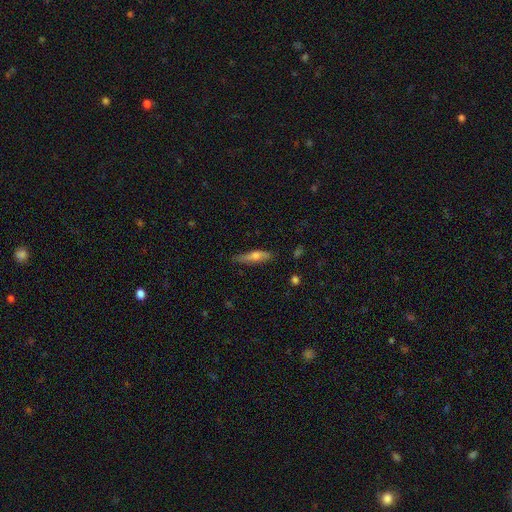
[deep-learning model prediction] smooth_or_featured: smooth (p=0.58) [alt: featured or disk p=0.36]
how_rounded: cigar-shaped (p=0.73) [alt: in between p=0.25]
merging: none (p=0.75) [alt: minor disturbance p=0.20]